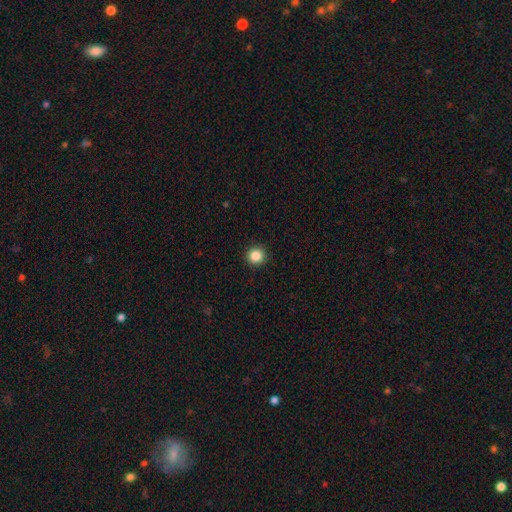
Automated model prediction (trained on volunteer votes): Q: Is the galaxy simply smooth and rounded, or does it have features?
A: smooth — 86%.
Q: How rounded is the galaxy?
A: round — 94%.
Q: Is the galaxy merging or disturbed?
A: none — 93%.